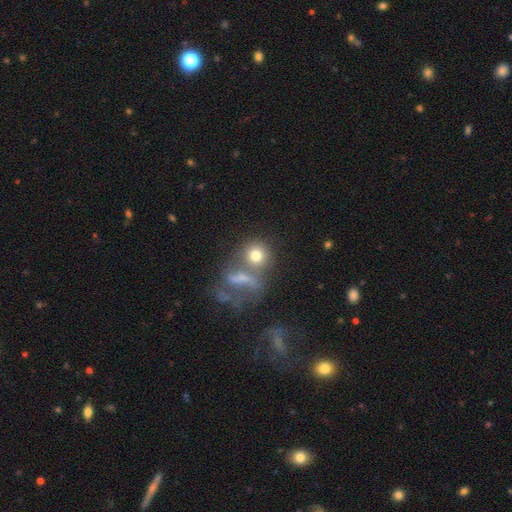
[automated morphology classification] This appears to be a smooth galaxy with no disk features (71%) that is round (84%). Merging: none (43%).